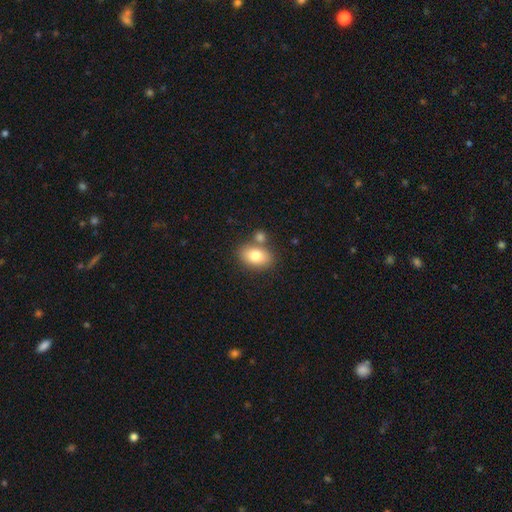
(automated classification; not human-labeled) smooth 78%, featured or disk 14%, star or artifact 8%. Down the decision tree: how rounded — in between (82%); merging — none (66%).